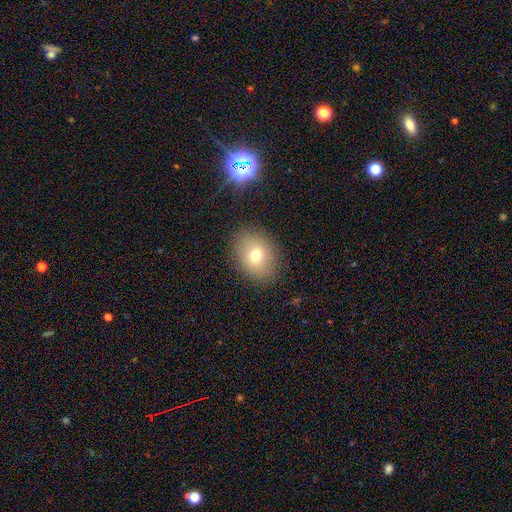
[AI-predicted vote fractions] smooth_or_featured: smooth (p=0.74) [alt: featured or disk p=0.15]
how_rounded: in between (p=0.59) [alt: round p=0.40]
merging: none (p=0.86) [alt: minor disturbance p=0.09]